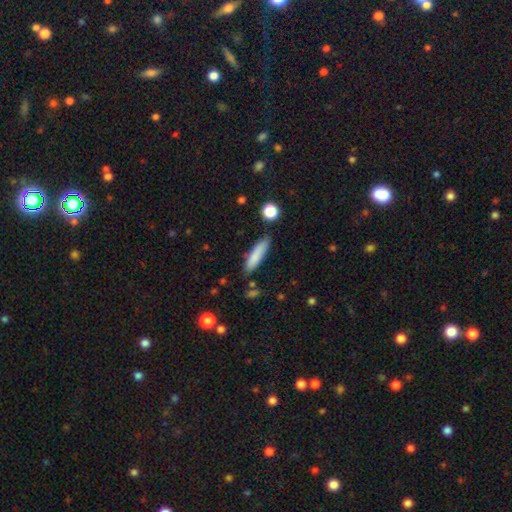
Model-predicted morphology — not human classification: This appears to be a smooth galaxy with no disk features (83%) that is cigar-shaped (74%). Merging: none (80%).